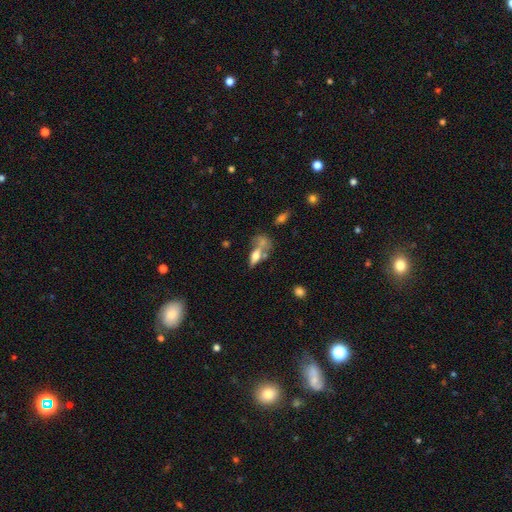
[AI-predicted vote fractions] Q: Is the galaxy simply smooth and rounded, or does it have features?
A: smooth — 57%.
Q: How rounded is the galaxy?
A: in between — 66%.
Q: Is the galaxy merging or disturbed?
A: merger — 42%.